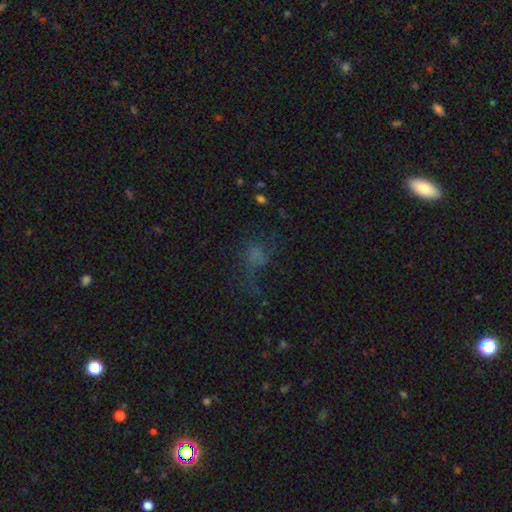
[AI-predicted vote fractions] A smooth galaxy with no disk features (52%) that is in between round and cigar-shaped (52%). Merging: major disturbance (39%).